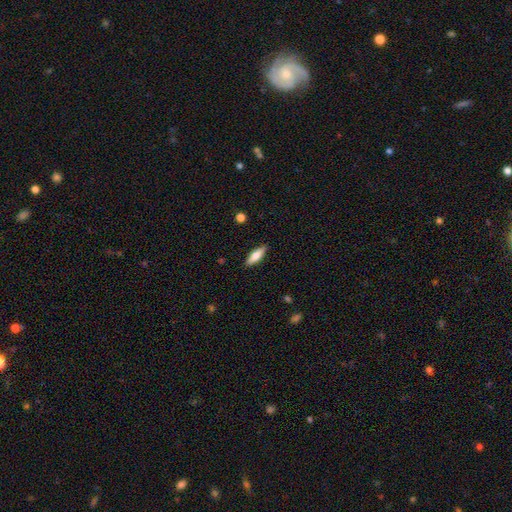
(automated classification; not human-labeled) Smooth or featured: smooth — 66% (featured or disk — 28%)
How rounded: in between — 50% (cigar-shaped — 48%)
Merging: none — 88% (minor disturbance — 9%)